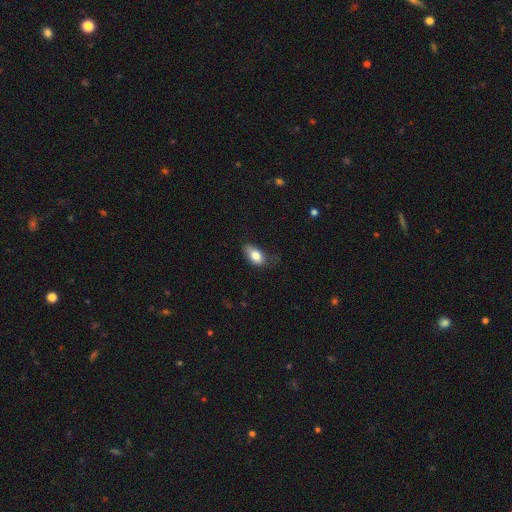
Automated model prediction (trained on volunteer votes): A smooth galaxy with no disk features (80%) that is in between round and cigar-shaped (90%). Merging: none (53%).